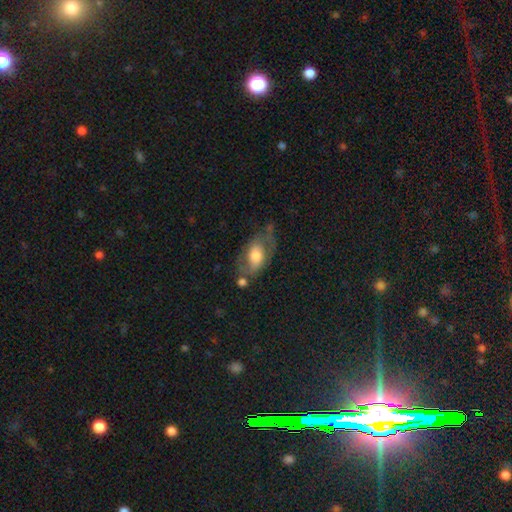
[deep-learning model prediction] Overall: smooth (48%; featured or disk 45%). Merging: none (41%; minor disturbance 27%).